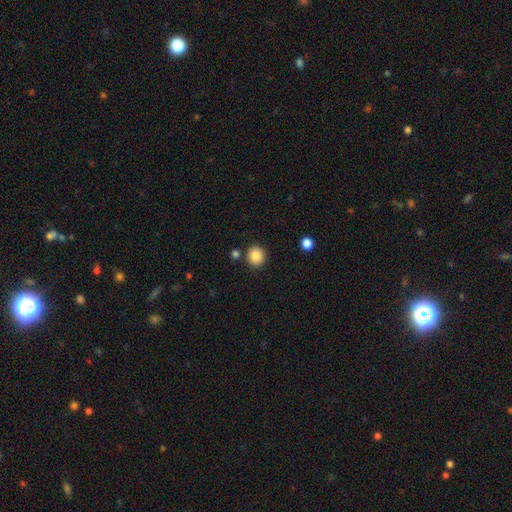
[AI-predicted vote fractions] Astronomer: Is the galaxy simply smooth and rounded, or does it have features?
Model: smooth — 87%.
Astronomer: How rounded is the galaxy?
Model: round — 89%.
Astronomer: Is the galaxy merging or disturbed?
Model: none — 87%.